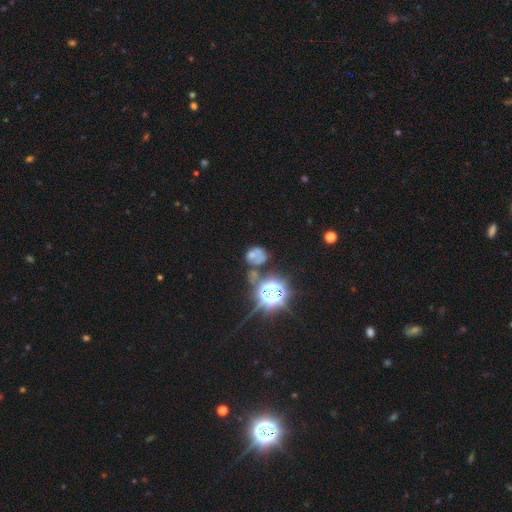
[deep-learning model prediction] Overall: smooth (40%; star or artifact 34%). Merging: merger (34%; none 31%).